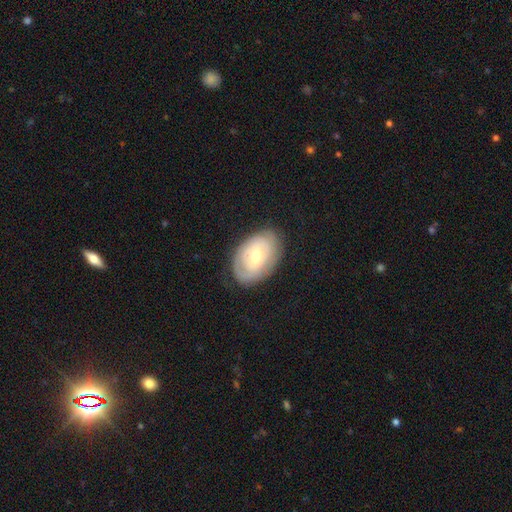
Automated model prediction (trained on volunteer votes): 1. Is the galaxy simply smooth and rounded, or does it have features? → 61% featured or disk, 33% smooth, 6% star or artifact.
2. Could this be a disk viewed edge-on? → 94% no, 6% yes.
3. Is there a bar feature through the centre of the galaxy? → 47% no, 41% weak, 13% strong.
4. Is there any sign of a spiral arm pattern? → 64% yes, 36% no.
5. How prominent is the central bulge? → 57% moderate, 37% small, 4% large, 1% none, 1% dominant.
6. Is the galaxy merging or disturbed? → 79% none, 15% minor disturbance, 5% major disturbance, 1% merger.